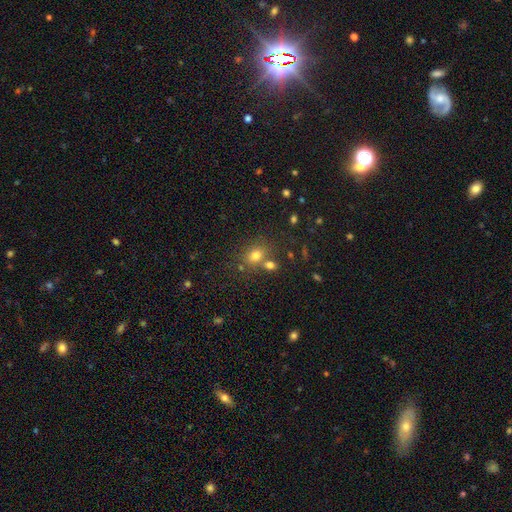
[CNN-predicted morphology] Smooth or featured? Predicted: smooth (p=0.75). How rounded? Predicted: in between (p=0.52). Merging? Predicted: none (p=0.59).